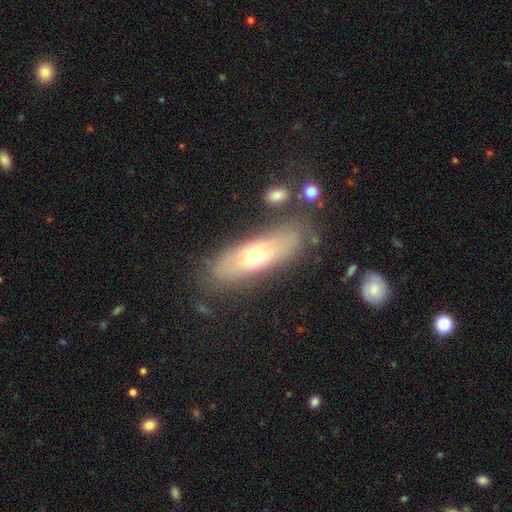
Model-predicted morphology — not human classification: Q: Smooth or featured?
A: smooth (48%); runner-up: featured or disk (43%)
Q: Merging?
A: none (75%); runner-up: minor disturbance (15%)